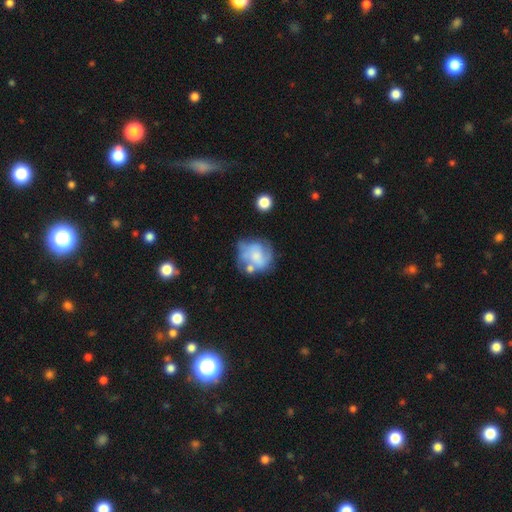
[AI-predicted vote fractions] The model was most divided on "bulge size": small: 36%, moderate: 33%, none: 20%, large: 9%, dominant: 2%. Remaining: edge-on disk — no (98%); bar — no (75%); spiral arms — yes (59%); smooth or featured — featured or disk (52%); merging — none (41%).